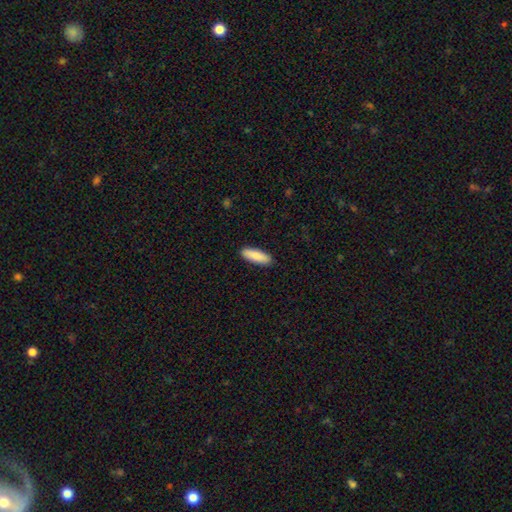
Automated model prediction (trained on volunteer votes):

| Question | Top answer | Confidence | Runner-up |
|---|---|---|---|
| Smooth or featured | smooth | 89% | star or artifact (5%) |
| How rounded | in between | 54% | cigar-shaped (44%) |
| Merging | none | 91% | minor disturbance (7%) |